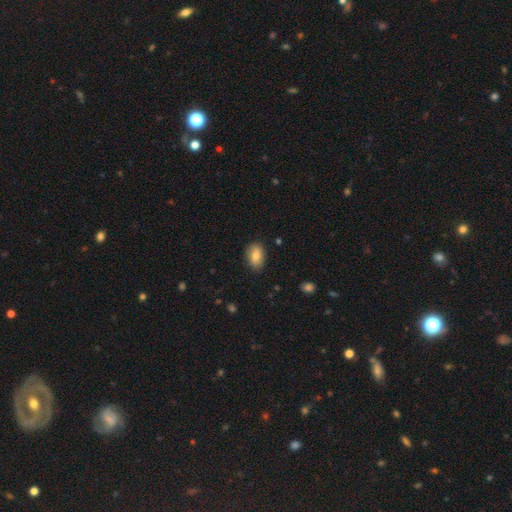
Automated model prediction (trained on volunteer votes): Morphology: type=smooth (77%); roundness=in between (85%); merging=none (82%).